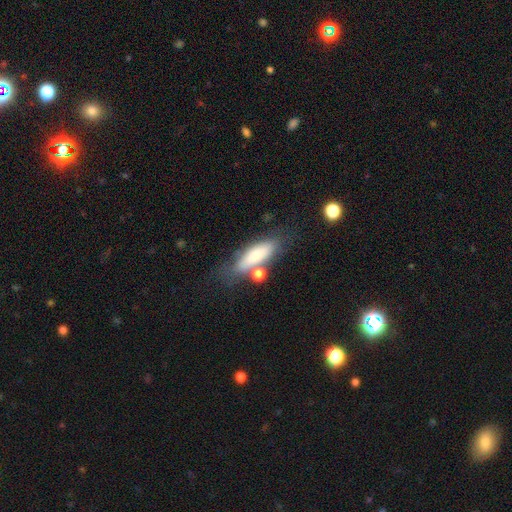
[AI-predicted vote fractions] The model was most divided on "how rounded": in between: 52%, cigar-shaped: 45%, round: 3%. More confident: smooth or featured — smooth (73%); merging — none (59%).